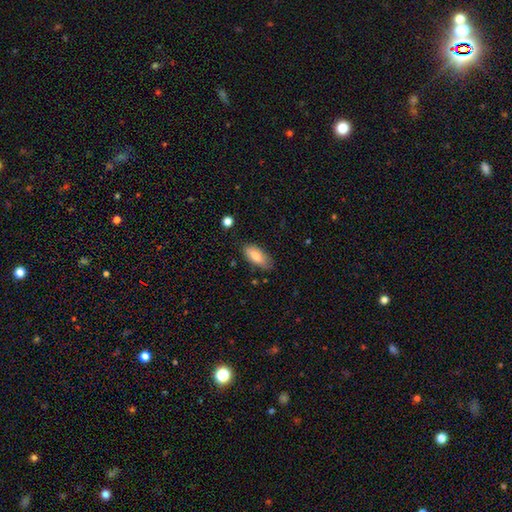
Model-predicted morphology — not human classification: Overall: smooth (79%). How rounded: in between (87%). Merging: none (76%).